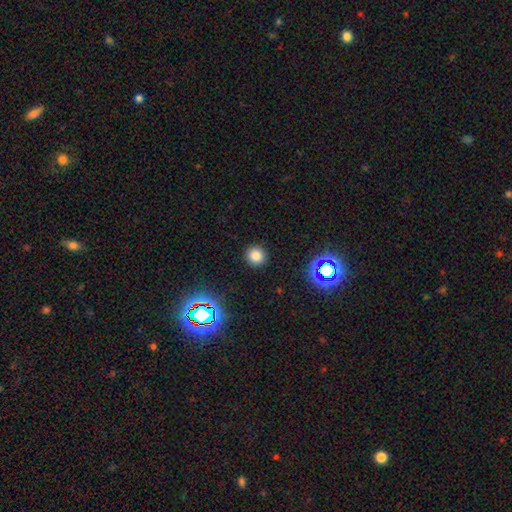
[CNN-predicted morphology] A smooth galaxy with no disk features (77%) that is round (93%).

Vote fractions:
- Smooth or featured? smooth: 77% / star or artifact: 18% / featured or disk: 6%
- How rounded? round: 93% / in between: 6% / cigar-shaped: 1%
- Merging? none: 91% / minor disturbance: 6% / major disturbance: 2% / merger: 1%